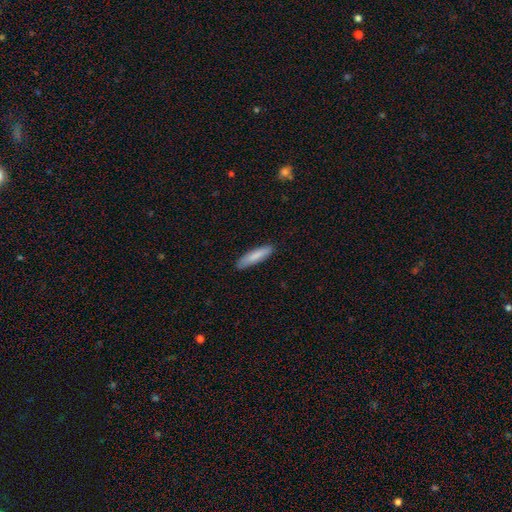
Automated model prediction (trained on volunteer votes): Smooth or featured: smooth — 83% (featured or disk — 11%)
How rounded: cigar-shaped — 75% (in between — 24%)
Merging: none — 87% (minor disturbance — 10%)